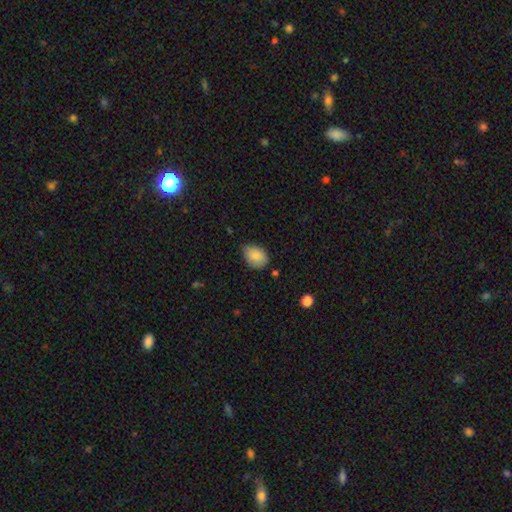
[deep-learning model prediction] Smooth or featured? Predicted: smooth (p=0.83). How rounded? Predicted: in between (p=0.76). Merging? Predicted: none (p=0.66).